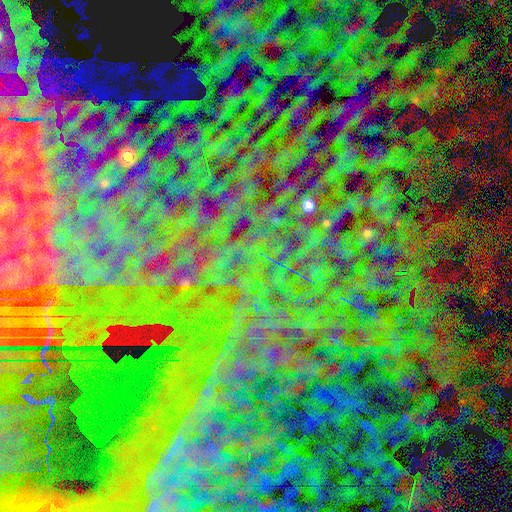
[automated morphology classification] smooth_or_featured: star or artifact (p=0.86) [alt: featured or disk p=0.07]